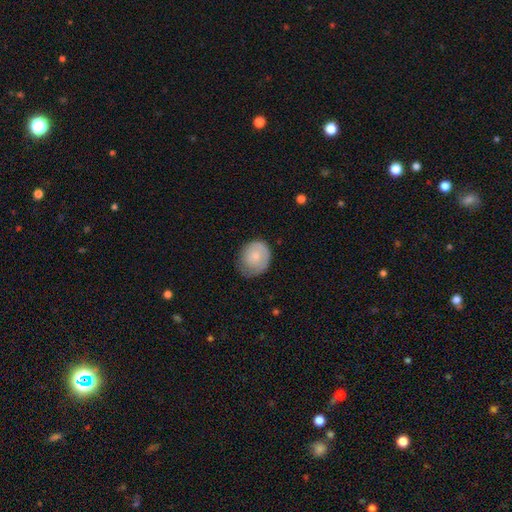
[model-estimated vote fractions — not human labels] Q: Smooth or featured?
A: smooth (73%); runner-up: featured or disk (21%)
Q: How rounded?
A: round (61%); runner-up: in between (38%)
Q: Merging?
A: none (57%); runner-up: minor disturbance (32%)